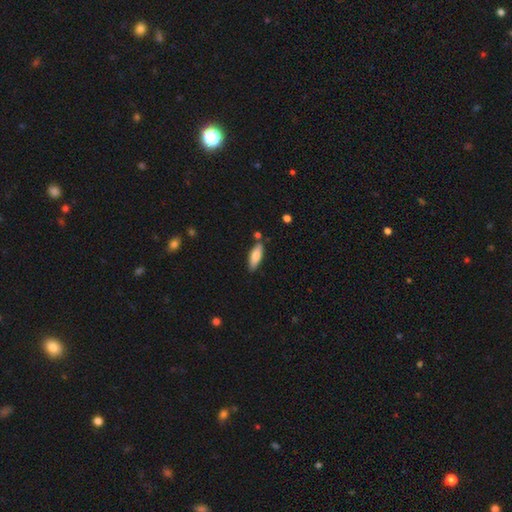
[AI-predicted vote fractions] Smooth or featured? smooth (78%)
How rounded? in between (56%)
Merging? none (79%)